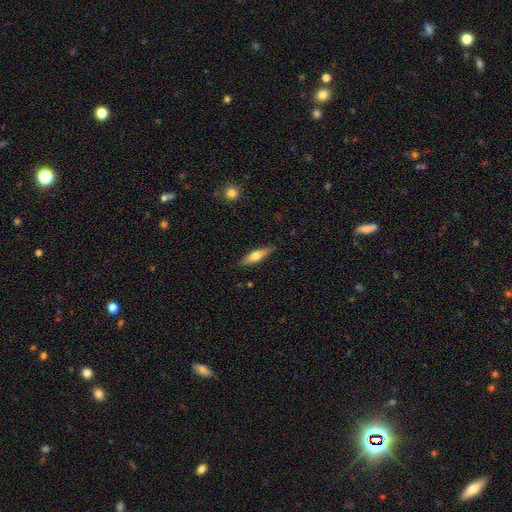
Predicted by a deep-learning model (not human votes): Overall: smooth (58%; featured or disk 36%). How rounded: cigar-shaped (60%; in between 38%). Merging: none (85%).